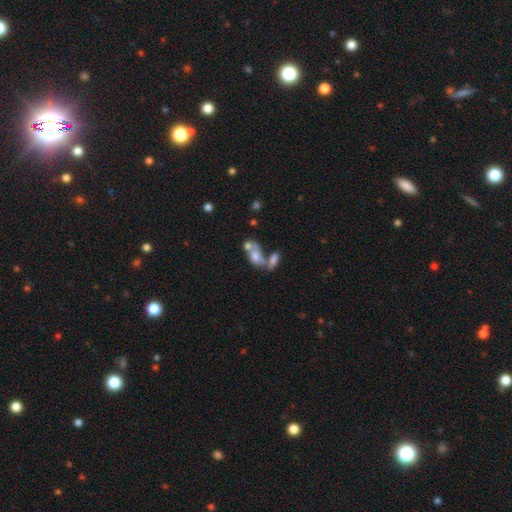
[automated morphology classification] Q: Smooth or featured?
A: smooth (62%); runner-up: featured or disk (28%)
Q: How rounded?
A: in between (81%); runner-up: round (14%)
Q: Merging?
A: merger (61%); runner-up: none (21%)